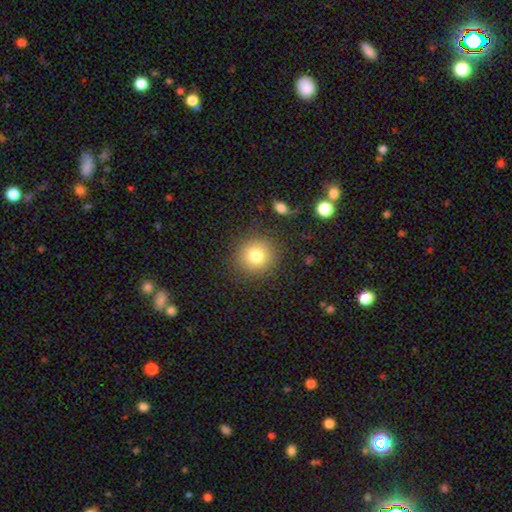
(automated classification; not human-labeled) Smooth or featured? smooth (79%)
How rounded? round (91%)
Merging? none (87%)